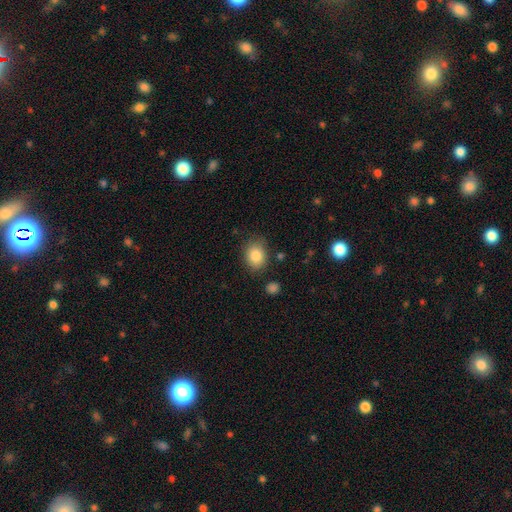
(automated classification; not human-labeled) This appears to be a smooth galaxy with no disk features (85%) that is in between round and cigar-shaped (52%). Merging: none (80%).